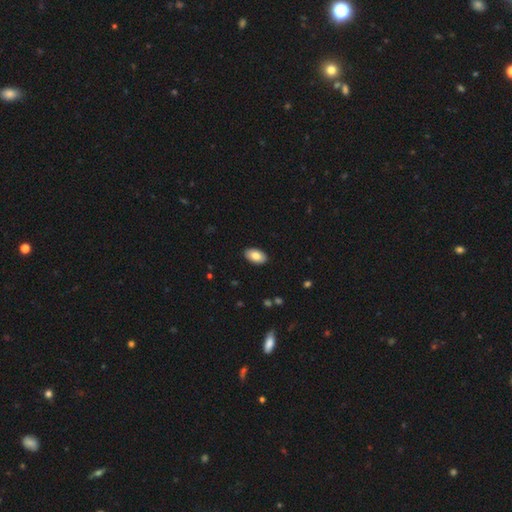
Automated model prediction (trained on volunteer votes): smooth 83%, featured or disk 11%, star or artifact 6%. Down the decision tree: how rounded — in between (95%); merging — none (90%).